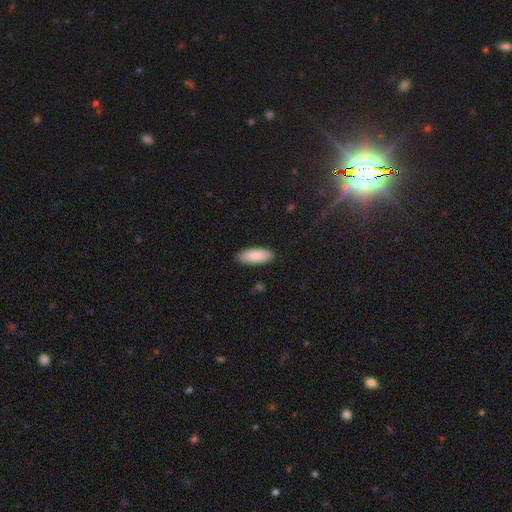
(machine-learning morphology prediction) This is clearly a smooth galaxy (89%). How rounded: likely in between (73%). Merging: clearly none (89%).